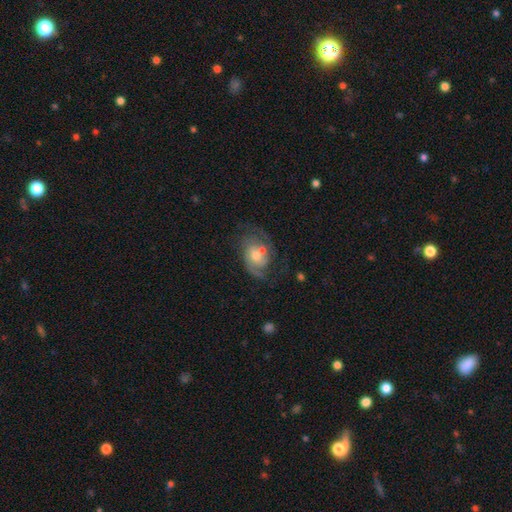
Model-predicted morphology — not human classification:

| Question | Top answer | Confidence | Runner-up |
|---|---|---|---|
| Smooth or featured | featured or disk | 71% | smooth (21%) |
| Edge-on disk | no | 97% | yes (3%) |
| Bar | no | 69% | weak (27%) |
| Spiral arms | yes | 86% | no (14%) |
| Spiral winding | medium | 44% | tight (30%) |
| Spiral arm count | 2 | 60% | can't tell (18%) |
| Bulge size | moderate | 57% | small (31%) |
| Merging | none | 46% | minor disturbance (20%) |